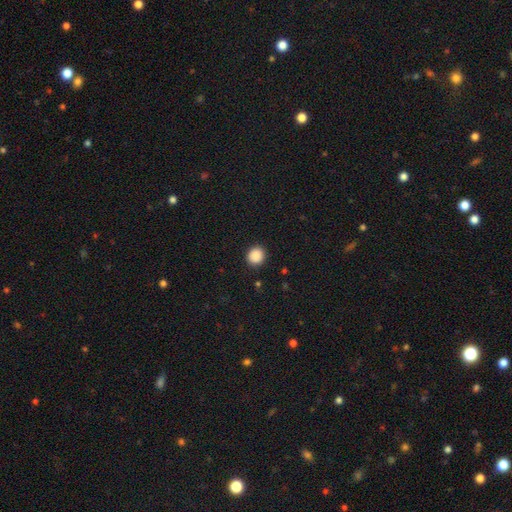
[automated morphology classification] Q: Smooth or featured?
A: smooth (89%); runner-up: star or artifact (9%)
Q: How rounded?
A: round (81%); runner-up: in between (18%)
Q: Merging?
A: none (90%); runner-up: minor disturbance (6%)